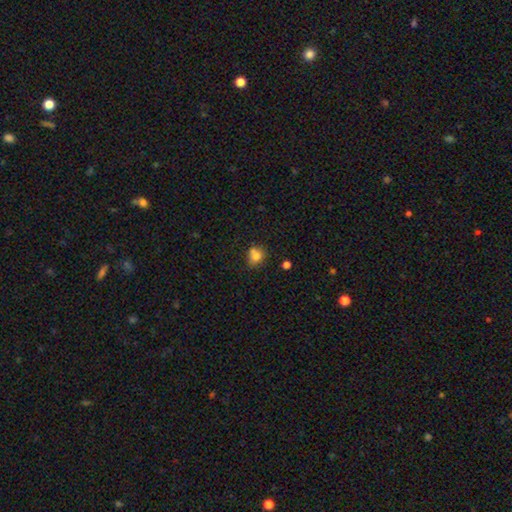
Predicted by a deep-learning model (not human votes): smooth_or_featured: smooth (p=0.75) [alt: featured or disk p=0.13]
how_rounded: round (p=0.70) [alt: in between p=0.29]
merging: none (p=0.53) [alt: merger p=0.24]